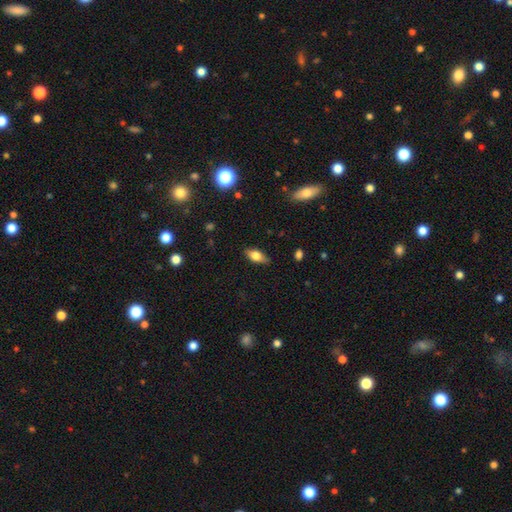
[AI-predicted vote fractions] The model was most divided on "smooth or featured": smooth: 73%, featured or disk: 18%, star or artifact: 8%. More confident: how rounded — in between (84%); merging — none (82%).